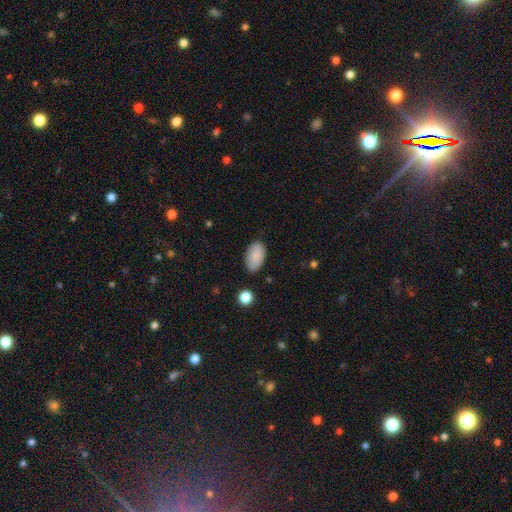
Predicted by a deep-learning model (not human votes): This appears to be a smooth galaxy with no disk features (88%) that is in between round and cigar-shaped (94%). Merging: none (81%).